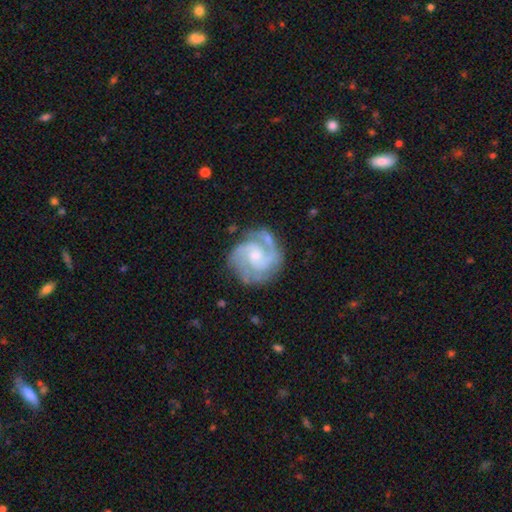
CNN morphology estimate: The model was most divided on "spiral winding": tight: 49%, medium: 43%, loose: 8%. Remaining: edge-on disk — no (98%); spiral arms — yes (98%); smooth or featured — featured or disk (89%); merging — none (72%); bulge size — small (58%); bar — no (58%); spiral arm count — 2 (47%).